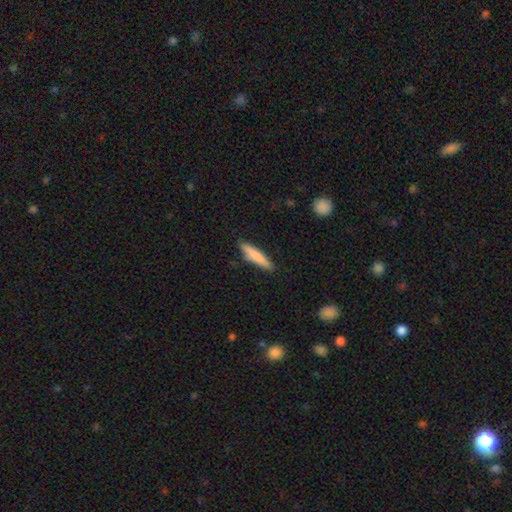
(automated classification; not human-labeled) smooth 79%, featured or disk 16%, star or artifact 5%. Down the decision tree: how rounded — cigar-shaped (87%); merging — none (85%).